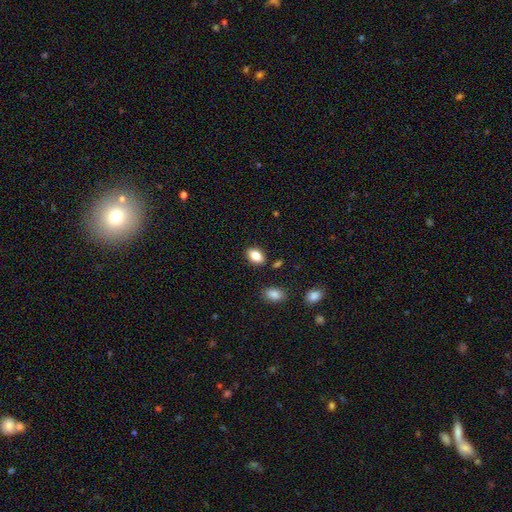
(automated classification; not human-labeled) smooth_or_featured: smooth (p=0.85) [alt: star or artifact p=0.08]
how_rounded: in between (p=0.85) [alt: round p=0.13]
merging: none (p=0.85) [alt: minor disturbance p=0.09]